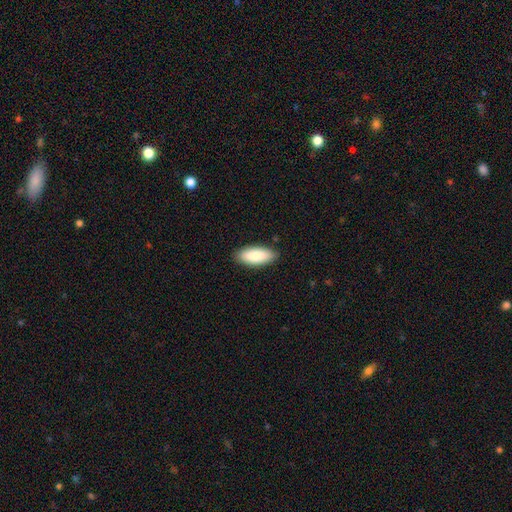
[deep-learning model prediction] This is clearly a smooth galaxy (85%). How rounded: clearly in between (82%). Merging: clearly none (87%).